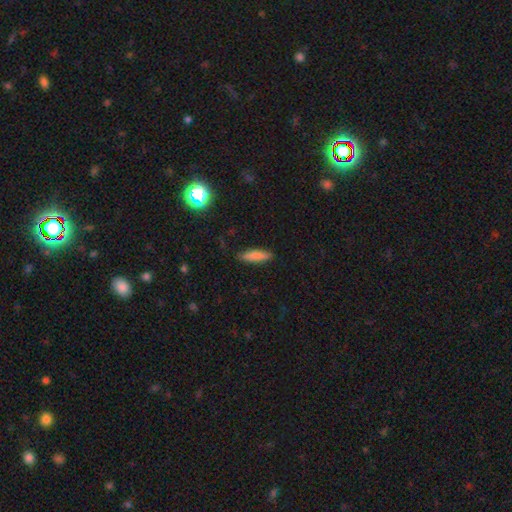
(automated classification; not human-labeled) Smooth or featured? Predicted: smooth (p=0.81). How rounded? Predicted: cigar-shaped (p=0.70). Merging? Predicted: none (p=0.87).